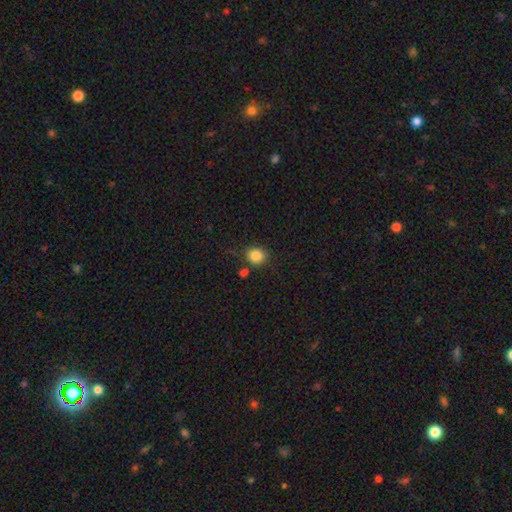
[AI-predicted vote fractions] The model was most divided on "how rounded": round: 79%, in between: 20%, cigar-shaped: 1%. More confident: smooth or featured — smooth (85%); merging — none (77%).